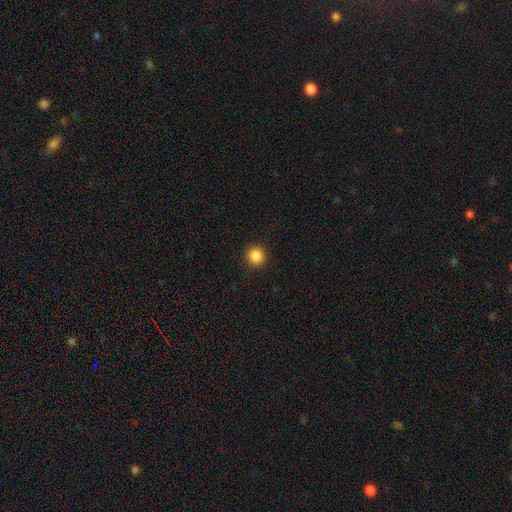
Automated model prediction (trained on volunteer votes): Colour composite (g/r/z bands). It shows a smooth galaxy with no disk features (87%) that is round (94%). Merging: none (92%).